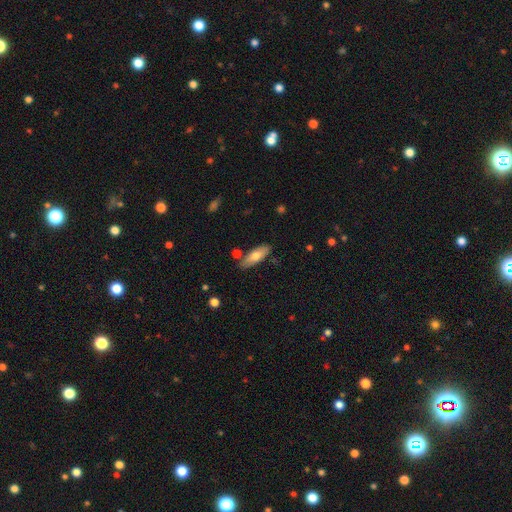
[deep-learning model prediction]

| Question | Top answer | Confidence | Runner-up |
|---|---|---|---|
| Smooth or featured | smooth | 68% | featured or disk (25%) |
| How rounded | in between | 57% | cigar-shaped (40%) |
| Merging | none | 80% | minor disturbance (13%) |